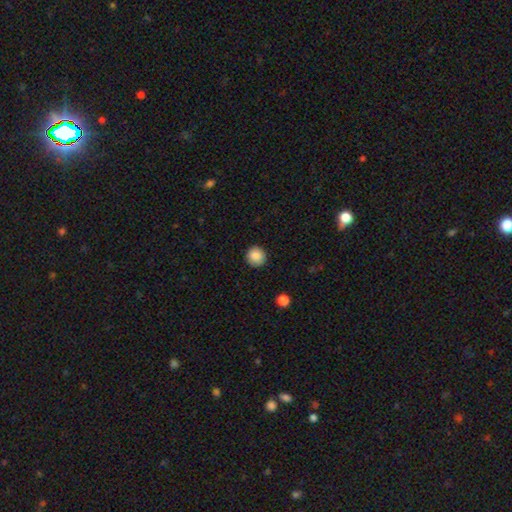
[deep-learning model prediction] This is clearly a smooth galaxy (86%). How rounded: clearly round (94%). Merging: clearly none (92%).